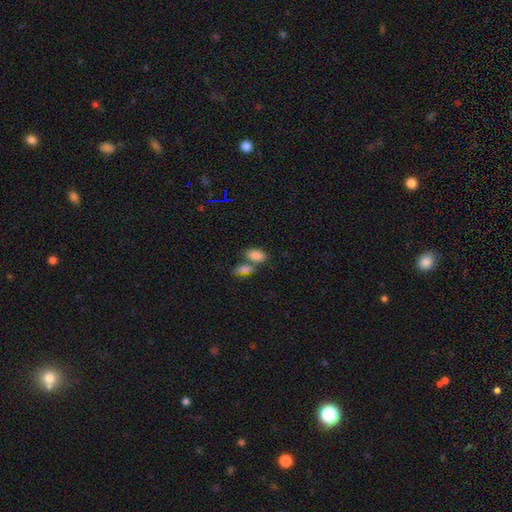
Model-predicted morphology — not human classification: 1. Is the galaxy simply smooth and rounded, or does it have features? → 85% smooth, 8% star or artifact, 7% featured or disk.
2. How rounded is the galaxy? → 91% in between, 5% round, 4% cigar-shaped.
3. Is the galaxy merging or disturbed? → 44% none, 42% merger, 10% minor disturbance, 4% major disturbance.